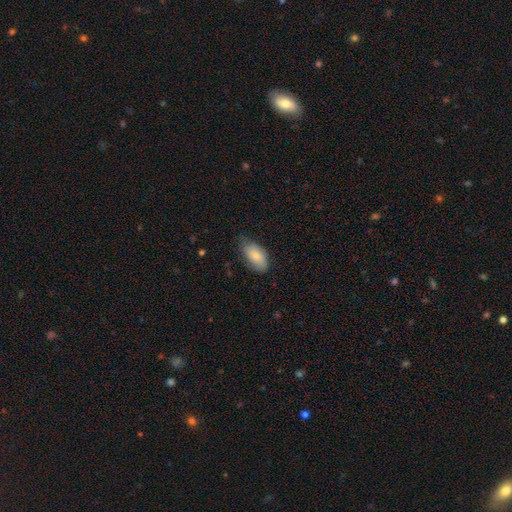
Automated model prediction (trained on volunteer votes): smooth 82%, featured or disk 12%, star or artifact 6%. Down the decision tree: how rounded — in between (94%); merging — none (63%).